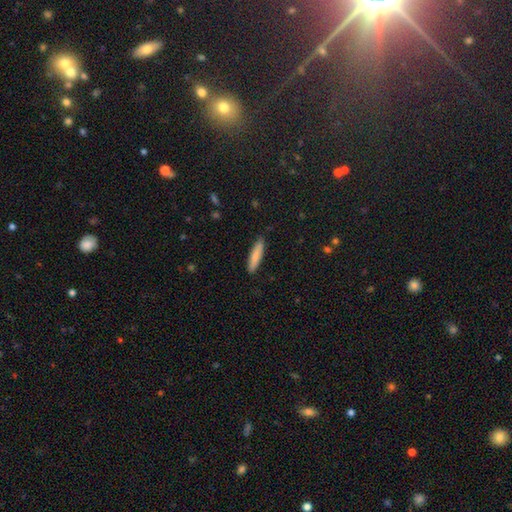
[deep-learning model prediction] A smooth galaxy with no disk features (81%) that is cigar-shaped (82%). Merging: none (88%).